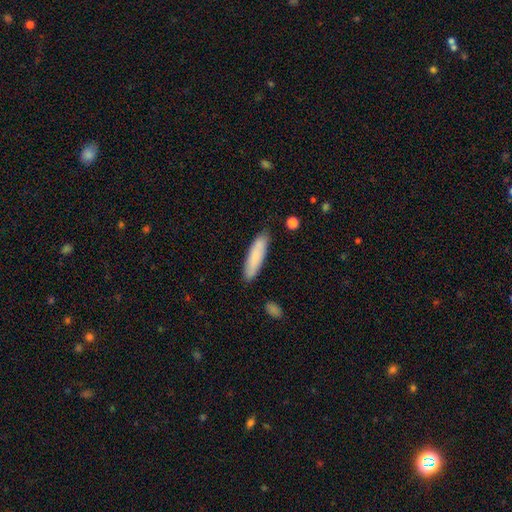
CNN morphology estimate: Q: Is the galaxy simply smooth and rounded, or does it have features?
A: smooth — 83%.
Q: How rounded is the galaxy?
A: cigar-shaped — 74%.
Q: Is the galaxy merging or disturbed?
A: none — 85%.